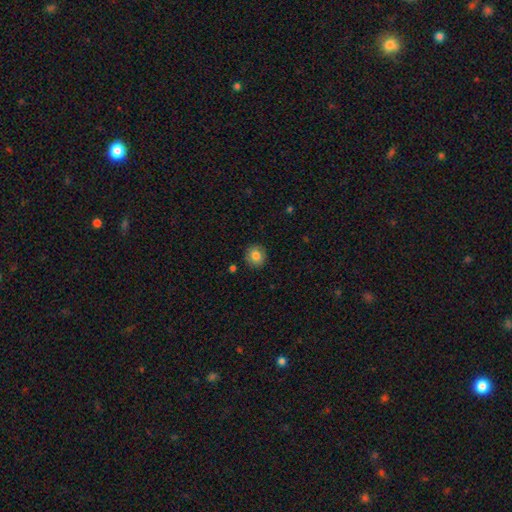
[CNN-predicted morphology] Smooth or featured?
  - smooth: 84% *
  - star or artifact: 9%
  - featured or disk: 7%
How rounded?
  - round: 90% *
  - in between: 9%
  - cigar-shaped: 1%
Merging?
  - none: 90% *
  - minor disturbance: 6%
  - major disturbance: 2%
  - merger: 1%